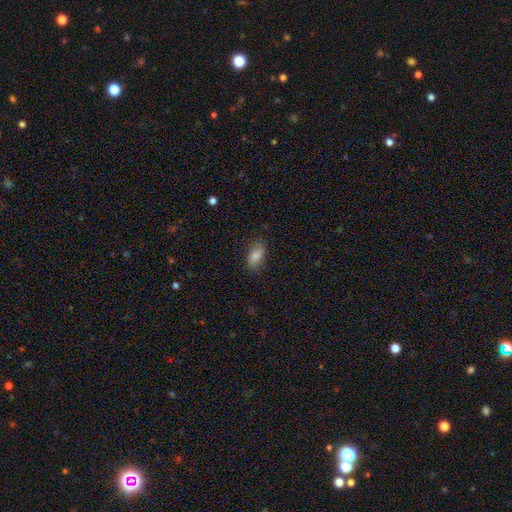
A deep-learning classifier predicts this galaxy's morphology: A smooth galaxy with no disk features (85%) that is in between round and cigar-shaped (91%).

Vote fractions:
- Smooth or featured? smooth: 85% / star or artifact: 8% / featured or disk: 7%
- How rounded? in between: 91% / round: 5% / cigar-shaped: 4%
- Merging? none: 79% / minor disturbance: 16% / major disturbance: 4% / merger: 1%